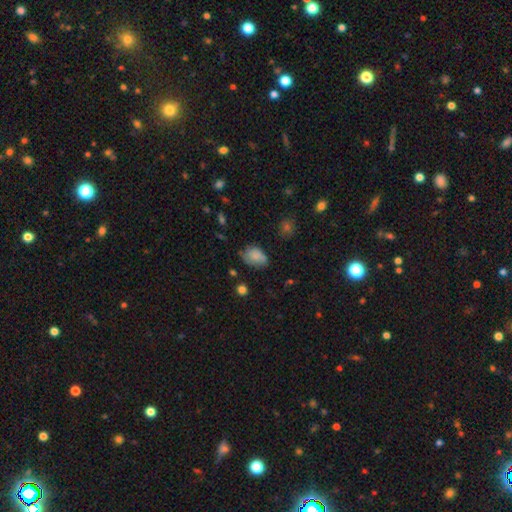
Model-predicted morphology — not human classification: type=smooth (78%); roundness=in between (75%); merging=none (52%).